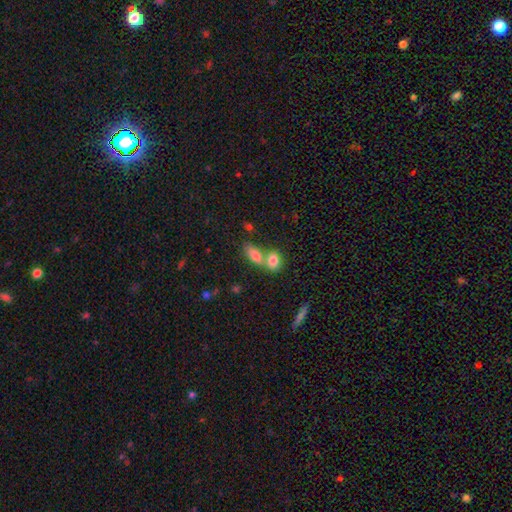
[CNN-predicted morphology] Q: Smooth or featured?
A: smooth (80%); runner-up: featured or disk (11%)
Q: How rounded?
A: in between (82%); runner-up: cigar-shaped (10%)
Q: Merging?
A: merger (56%); runner-up: none (33%)